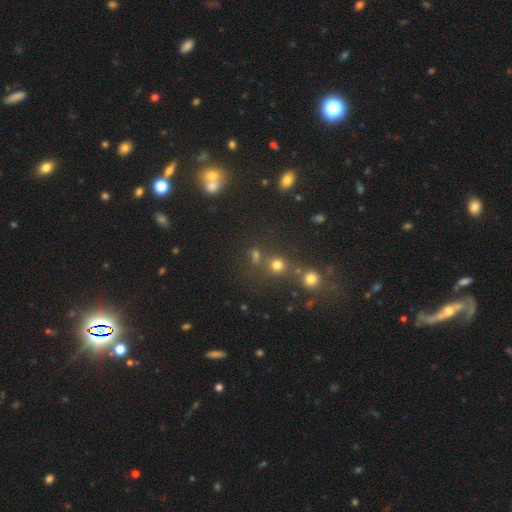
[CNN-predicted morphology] Smooth or featured? Predicted: smooth (p=0.60). How rounded? Predicted: round (p=0.82). Merging? Predicted: none (p=0.63).